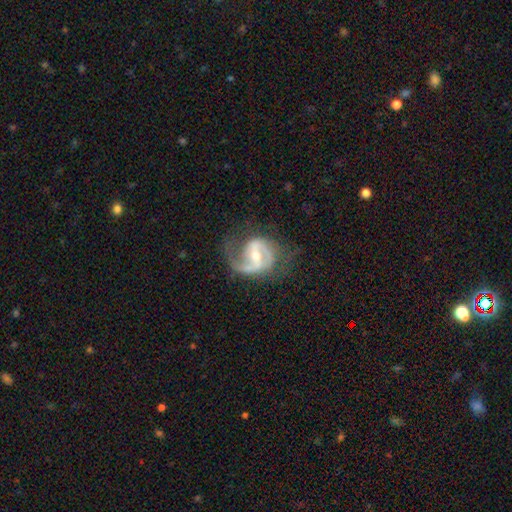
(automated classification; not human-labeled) Smooth or featured? Predicted: featured or disk (p=0.88). Edge-on disk? Predicted: no (p=0.98). Bar? Predicted: weak (p=0.47). Spiral arms? Predicted: yes (p=0.96). Spiral winding? Predicted: medium (p=0.51). Spiral arm count? Predicted: 2 (p=0.72). Bulge size? Predicted: moderate (p=0.54). Merging? Predicted: none (p=0.58).